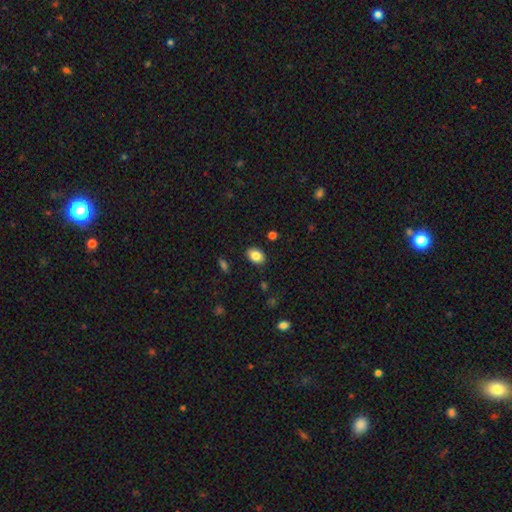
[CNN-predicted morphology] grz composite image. It shows a smooth galaxy with no disk features (85%) that is in between round and cigar-shaped (81%). Merging: none (87%).